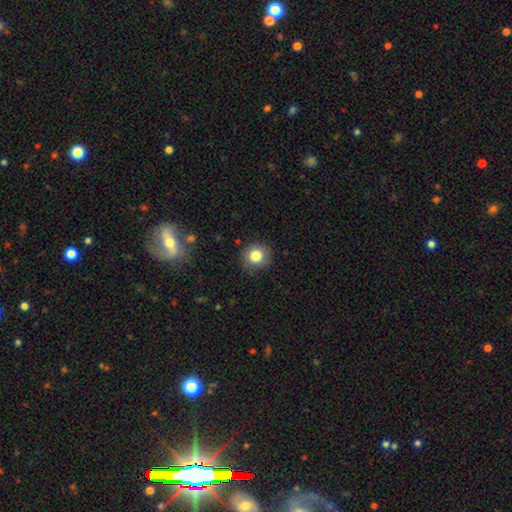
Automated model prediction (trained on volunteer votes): This appears to be a smooth galaxy with no disk features (82%) that is round (89%). Merging: none (86%).